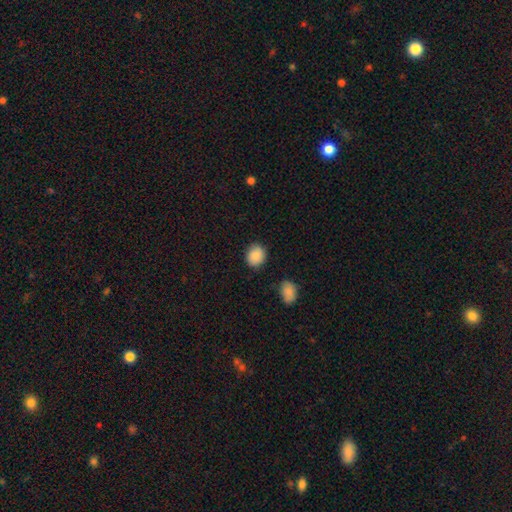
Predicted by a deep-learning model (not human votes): This appears to be a smooth galaxy with no disk features (89%) that is round (69%). Merging: none (84%).